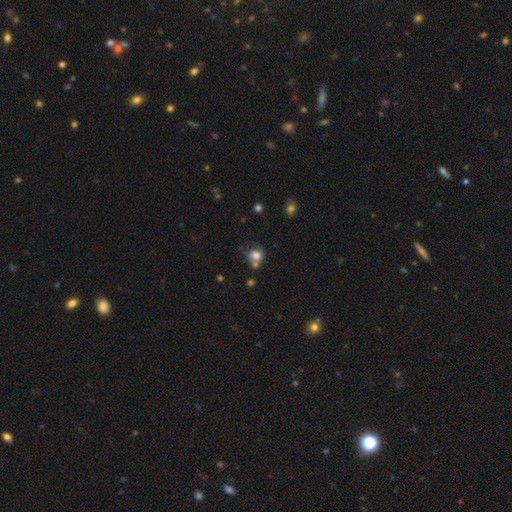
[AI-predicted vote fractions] Smooth or featured: smooth — 78% (star or artifact — 12%)
How rounded: round — 78% (in between — 21%)
Merging: none — 48% (merger — 30%)